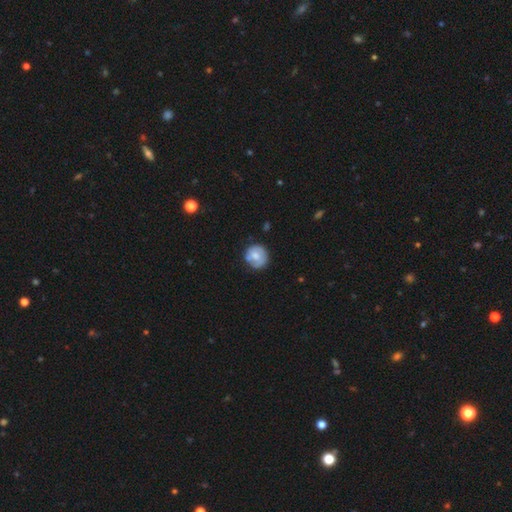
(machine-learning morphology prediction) Smooth or featured? Predicted: smooth (p=0.60). How rounded? Predicted: round (p=0.86). Merging? Predicted: none (p=0.67).